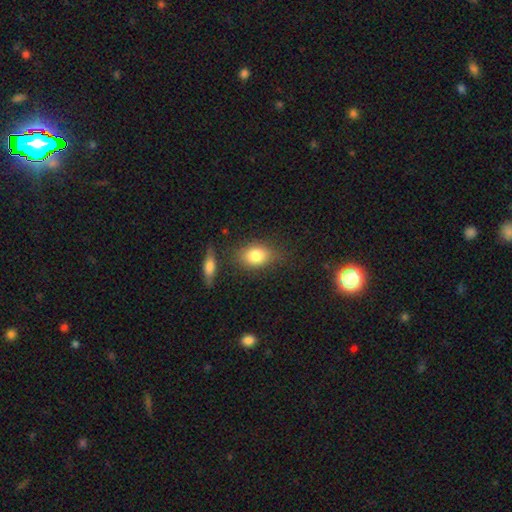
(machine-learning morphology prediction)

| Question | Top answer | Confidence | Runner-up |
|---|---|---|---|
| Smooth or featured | smooth | 81% | featured or disk (10%) |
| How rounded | in between | 71% | round (26%) |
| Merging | none | 72% | minor disturbance (16%) |